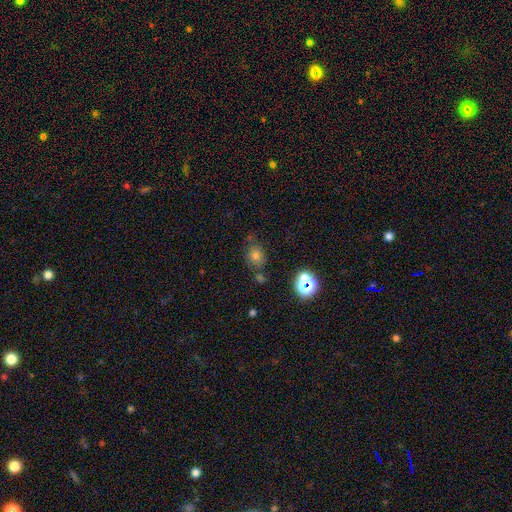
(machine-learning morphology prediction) This appears to be a smooth galaxy with no disk features (67%) that is round (66%). Merging: none (68%).